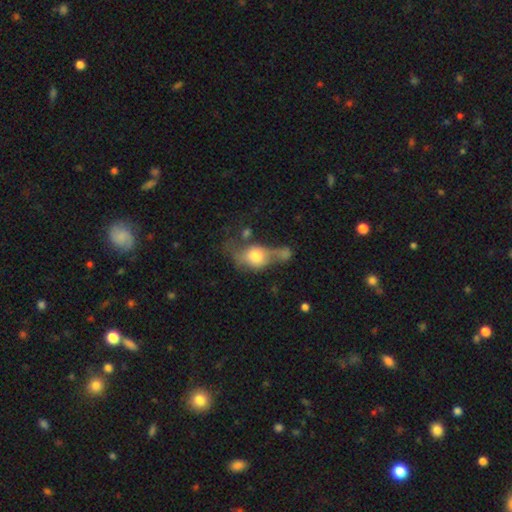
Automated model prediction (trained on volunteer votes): Overall: smooth (61%; featured or disk 30%). How rounded: in between (56%; round 39%). Merging: merger (36%; major disturbance 27%).